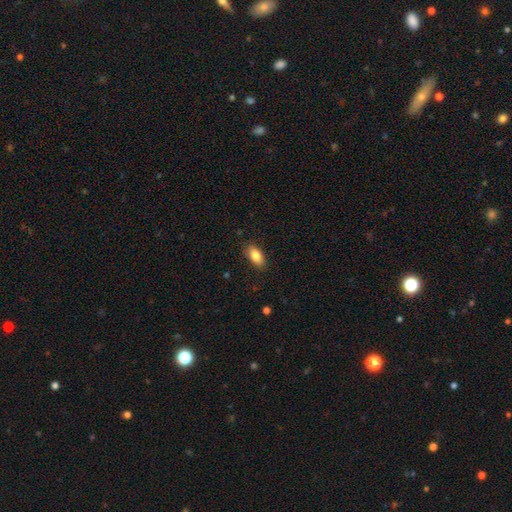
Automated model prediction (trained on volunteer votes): The model was most divided on "merging": none: 85%, minor disturbance: 11%, major disturbance: 3%, merger: 1%. More confident: how rounded — in between (89%); smooth or featured — smooth (85%).